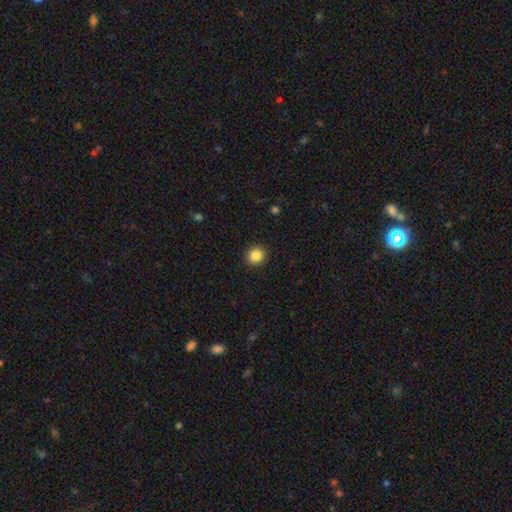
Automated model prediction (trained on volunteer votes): smooth 85%, star or artifact 10%, featured or disk 4%. Down the decision tree: how rounded — round (88%); merging — none (92%).